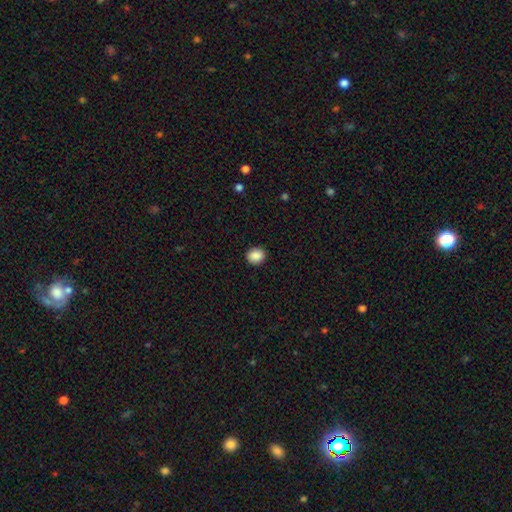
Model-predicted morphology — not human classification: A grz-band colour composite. It shows a smooth galaxy with no disk features (89%) that is round (70%). Merging: none (91%).